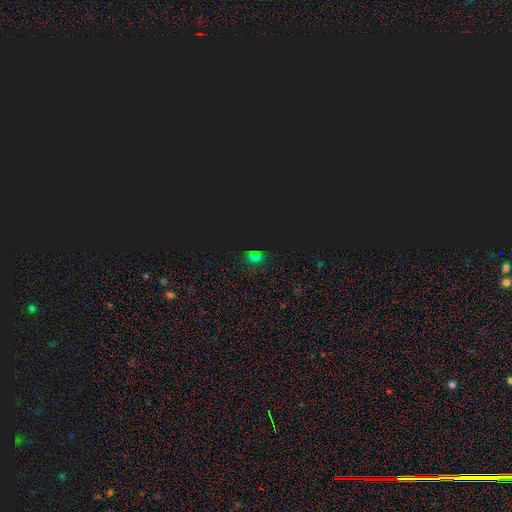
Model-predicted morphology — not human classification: This appears to be a star or artifact, not a galaxy (51%).